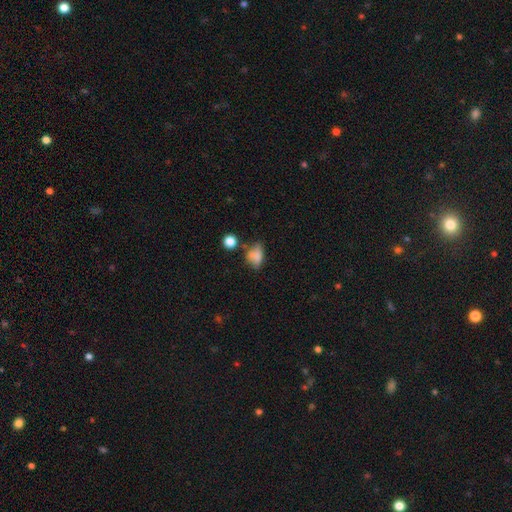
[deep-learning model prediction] Smooth or featured?
  - smooth: 74% *
  - featured or disk: 14%
  - star or artifact: 12%
How rounded?
  - in between: 76% *
  - round: 21%
  - cigar-shaped: 3%
Merging?
  - none: 40% *
  - minor disturbance: 31%
  - major disturbance: 16%
  - merger: 14%